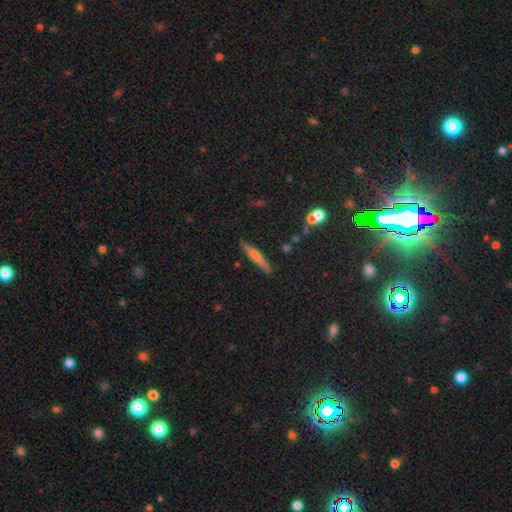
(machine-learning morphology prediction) This appears to be a smooth galaxy with no disk features (54%) that is cigar-shaped (93%). Merging: none (87%).